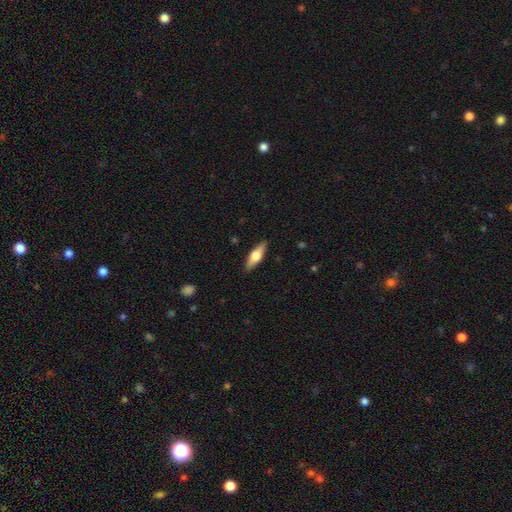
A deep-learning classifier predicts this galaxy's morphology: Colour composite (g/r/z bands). It shows a smooth galaxy with no disk features (52%) that is in between round and cigar-shaped (50%). Merging: none (88%).